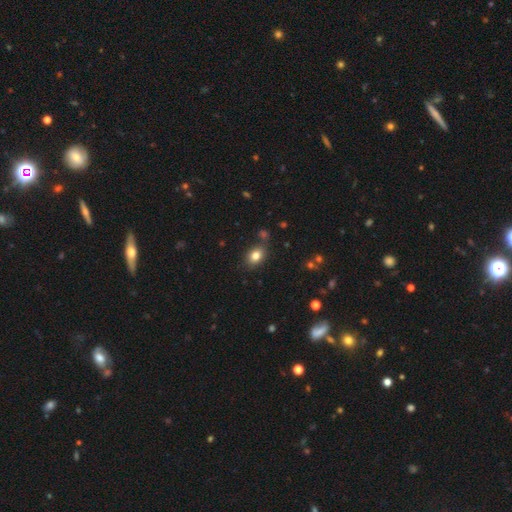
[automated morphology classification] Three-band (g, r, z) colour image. It shows a smooth galaxy with no disk features (82%) that is in between round and cigar-shaped (69%). Merging: none (77%).